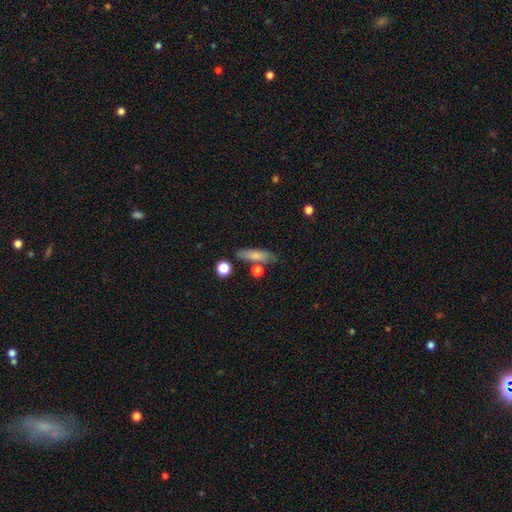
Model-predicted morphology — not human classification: Overall: smooth (77%). How rounded: cigar-shaped (58%; in between 36%). Merging: none (72%).